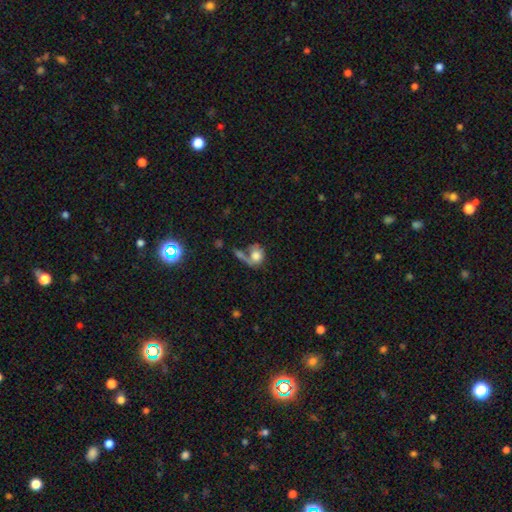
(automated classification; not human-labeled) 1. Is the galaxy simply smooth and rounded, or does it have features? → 68% smooth, 21% featured or disk, 10% star or artifact.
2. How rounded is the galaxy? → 59% round, 39% in between, 2% cigar-shaped.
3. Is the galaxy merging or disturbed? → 33% none (tied), 33% merger (tied), 20% major disturbance, 14% minor disturbance.